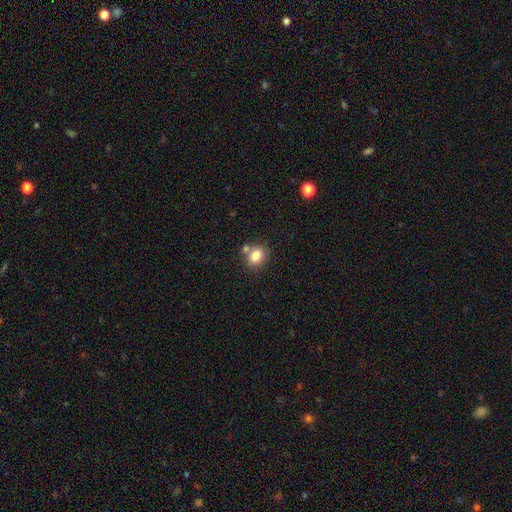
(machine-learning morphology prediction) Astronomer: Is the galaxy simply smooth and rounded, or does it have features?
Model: smooth — 82%.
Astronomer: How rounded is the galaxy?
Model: round — 53% (runner-up: in between, 46%).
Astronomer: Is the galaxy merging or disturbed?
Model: none — 62%.